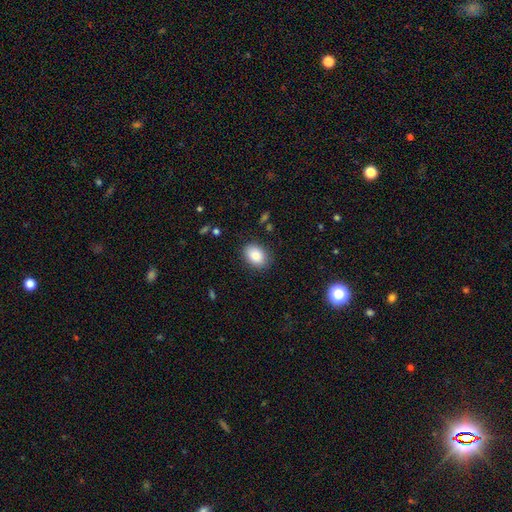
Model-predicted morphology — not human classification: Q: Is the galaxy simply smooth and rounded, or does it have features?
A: smooth — 84%.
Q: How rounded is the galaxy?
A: in between — 76%.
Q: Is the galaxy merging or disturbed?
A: none — 85%.